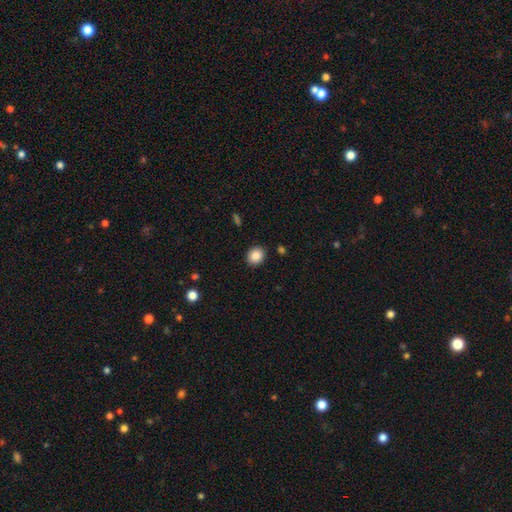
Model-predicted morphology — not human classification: Overall: smooth (87%). How rounded: round (65%; in between 34%). Merging: none (89%).